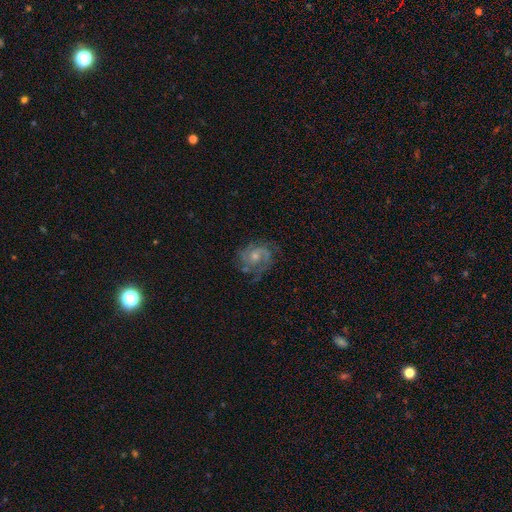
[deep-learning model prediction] Smooth or featured?
  - featured or disk: 80% *
  - smooth: 13%
  - star or artifact: 7%
Edge-on disk?
  - no: 98% *
  - yes: 2%
Bar?
  - no: 75% *
  - weak: 22%
  - strong: 3%
Spiral arms?
  - yes: 94% *
  - no: 6%
Spiral winding?
  - tight: 46% *
  - medium: 42%
  - loose: 13%
Spiral arm count?
  - 2: 36% *
  - 3: 27%
  - can't tell: 21%
  - 4: 6%
  - 1: 6%
  - more than 4: 4%
Bulge size?
  - small: 52% *
  - moderate: 42%
  - none: 3%
  - large: 2%
  - dominant: 1%
Merging?
  - none: 64% *
  - minor disturbance: 21%
  - major disturbance: 13%
  - merger: 2%